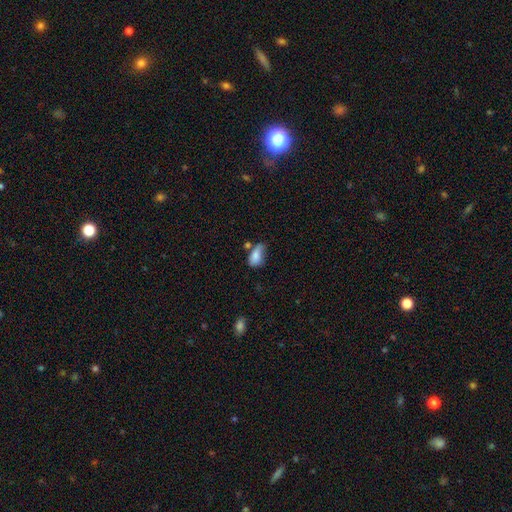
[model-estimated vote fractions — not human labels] The model was most divided on "merging": minor disturbance: 34%, none: 33%, major disturbance: 18%, merger: 15%. More confident: how rounded — in between (88%); smooth or featured — smooth (76%).